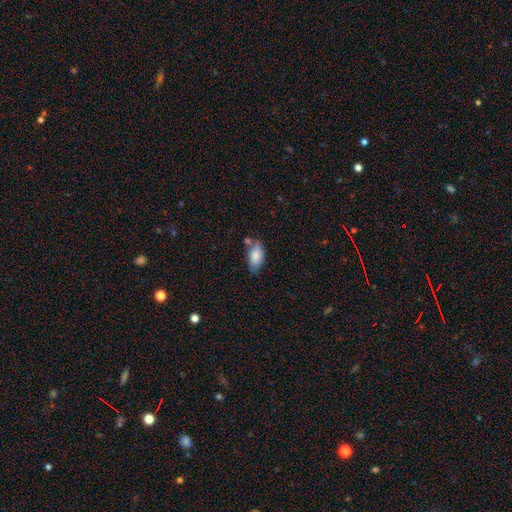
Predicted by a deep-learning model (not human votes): A smooth galaxy with no disk features (82%) that is in between round and cigar-shaped (92%). Merging: none (61%).